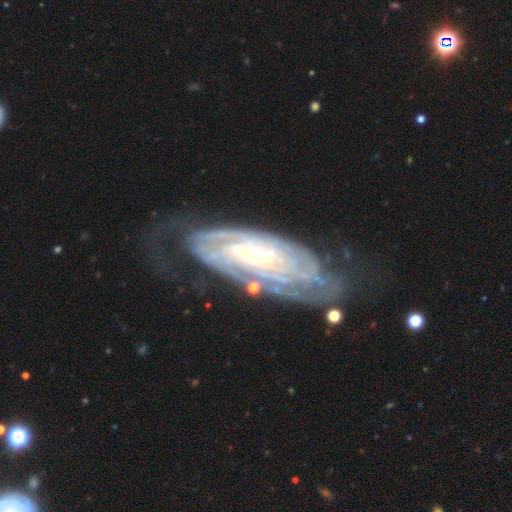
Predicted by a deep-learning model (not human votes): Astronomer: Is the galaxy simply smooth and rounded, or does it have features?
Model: featured or disk — 87%.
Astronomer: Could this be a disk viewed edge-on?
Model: no — 90%.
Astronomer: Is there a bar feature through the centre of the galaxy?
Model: no — 68%.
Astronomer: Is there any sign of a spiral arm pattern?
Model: yes — 95%.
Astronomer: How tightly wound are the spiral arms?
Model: tight — 79%.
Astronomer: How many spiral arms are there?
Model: can't tell — 45%.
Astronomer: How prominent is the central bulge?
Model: small — 74%.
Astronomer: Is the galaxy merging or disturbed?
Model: none — 65%.